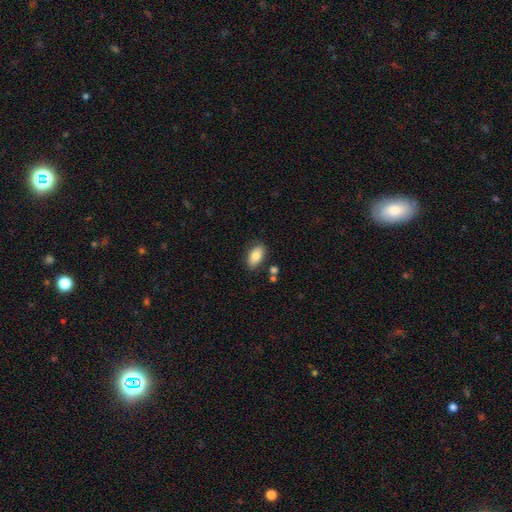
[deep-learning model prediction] Overall: smooth (80%). How rounded: in between (93%). Merging: none (80%).